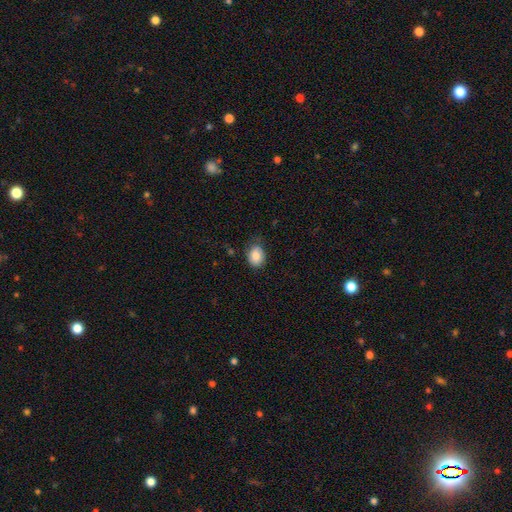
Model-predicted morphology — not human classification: The model was most divided on "how rounded": in between: 58%, round: 41%, cigar-shaped: 1%. More confident: smooth or featured — smooth (86%); merging — none (70%).